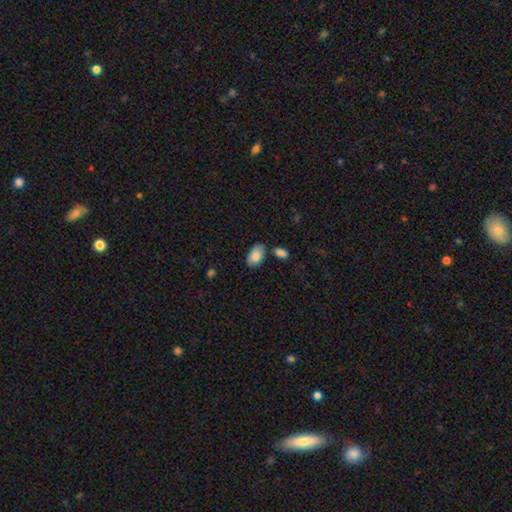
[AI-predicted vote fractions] A smooth galaxy with no disk features (86%) that is in between round and cigar-shaped (94%). Merging: none (71%).